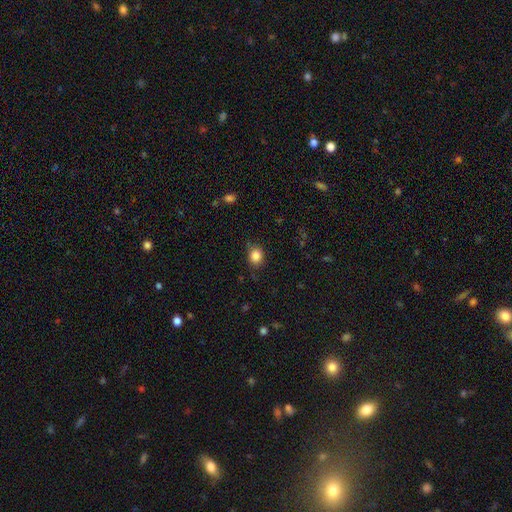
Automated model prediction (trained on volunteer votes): Smooth or featured: smooth — 85% (star or artifact — 10%)
How rounded: round — 62% (in between — 37%)
Merging: none — 76% (minor disturbance — 19%)